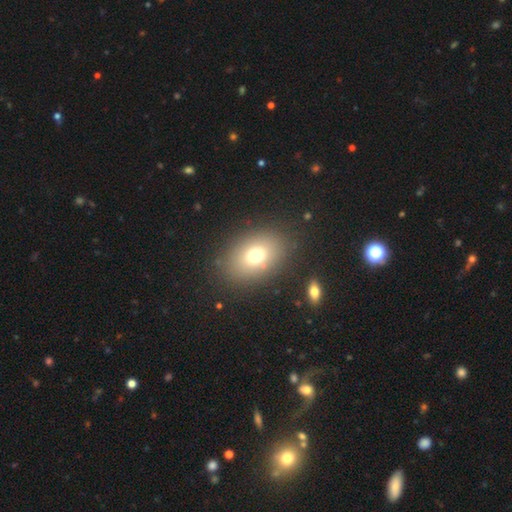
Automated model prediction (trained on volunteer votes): Overall: smooth (72%). How rounded: in between (76%). Merging: none (83%).